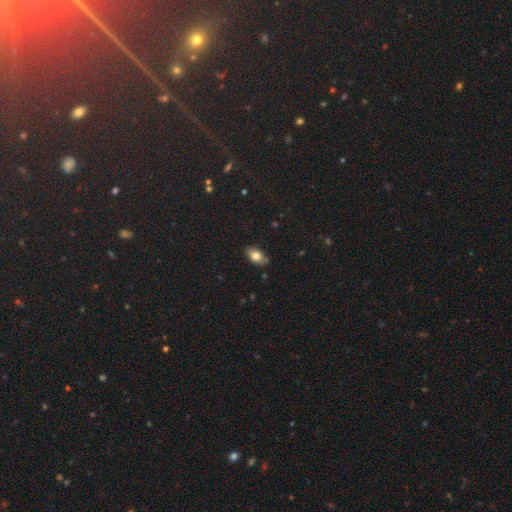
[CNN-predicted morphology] Smooth or featured? Predicted: smooth (p=0.76). How rounded? Predicted: in between (p=0.88). Merging? Predicted: none (p=0.79).